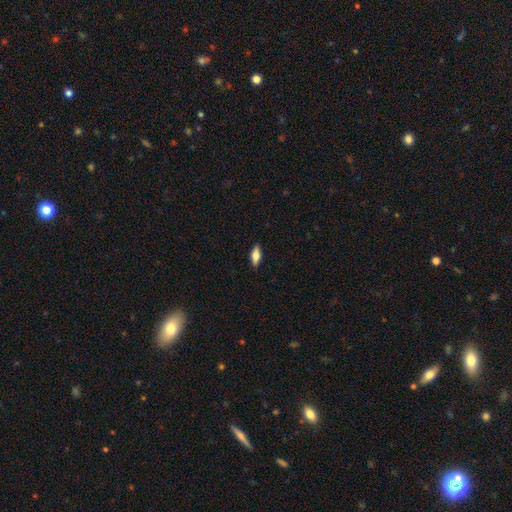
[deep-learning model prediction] Smooth or featured? Predicted: smooth (p=0.64). How rounded? Predicted: in between (p=0.70). Merging? Predicted: none (p=0.89).